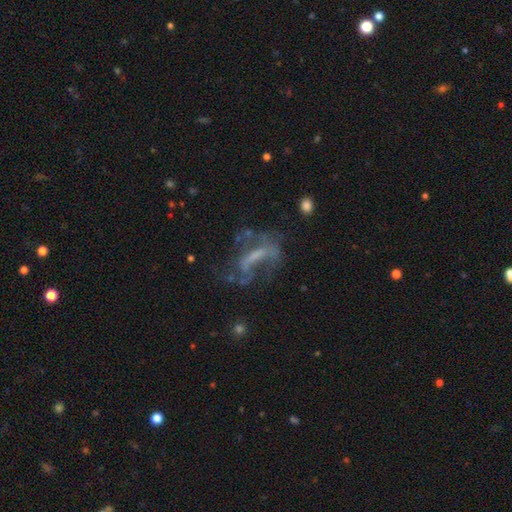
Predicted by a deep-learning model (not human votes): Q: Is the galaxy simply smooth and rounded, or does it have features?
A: featured or disk — 66%.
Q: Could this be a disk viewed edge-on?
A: no — 91%.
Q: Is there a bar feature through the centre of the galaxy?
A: no — 35%.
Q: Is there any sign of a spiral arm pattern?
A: yes — 54%.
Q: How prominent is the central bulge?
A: none — 47%.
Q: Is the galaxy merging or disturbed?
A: major disturbance — 39%.